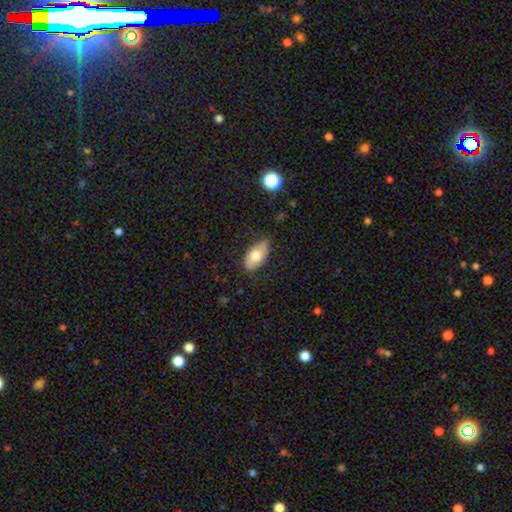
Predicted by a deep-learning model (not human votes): A smooth galaxy with no disk features (69%) that is in between round and cigar-shaped (92%). Merging: none (73%).